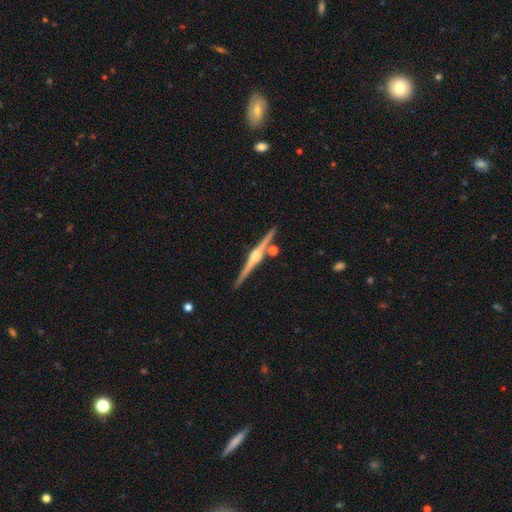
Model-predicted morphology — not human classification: This is clearly a featured or disk galaxy (86%). It is clearly viewed edge-on (99%). Edge-on bulge: clearly rounded (92%). Merging: clearly none (87%).